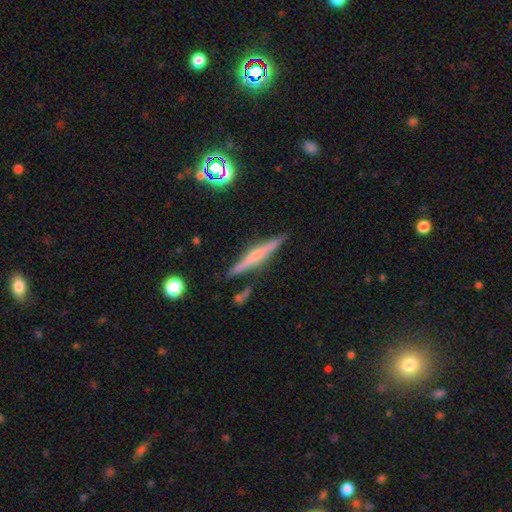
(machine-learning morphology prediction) A featured or disk galaxy (59%) viewed edge-on (97%) with a rounded central bulge (54%).

Vote fractions:
- Smooth or featured? featured or disk: 59% / smooth: 32% / star or artifact: 9%
- Edge-on disk? yes: 97% / no: 3%
- Edge-on bulge? rounded: 54% / none: 30% / boxy: 16%
- Merging? none: 87% / minor disturbance: 9% / merger: 3% / major disturbance: 2%